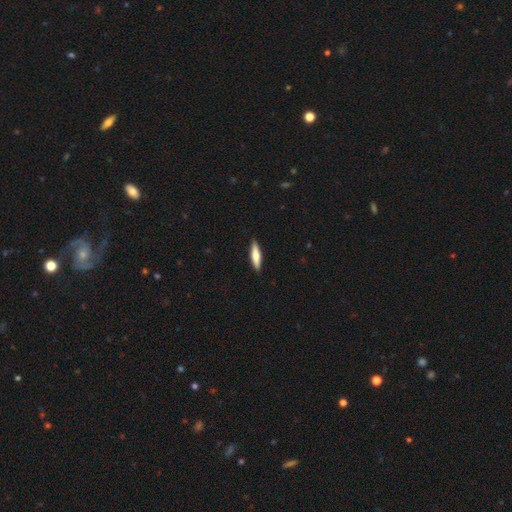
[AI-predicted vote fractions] A smooth galaxy with no disk features (65%) that is cigar-shaped (77%). Merging: none (90%).